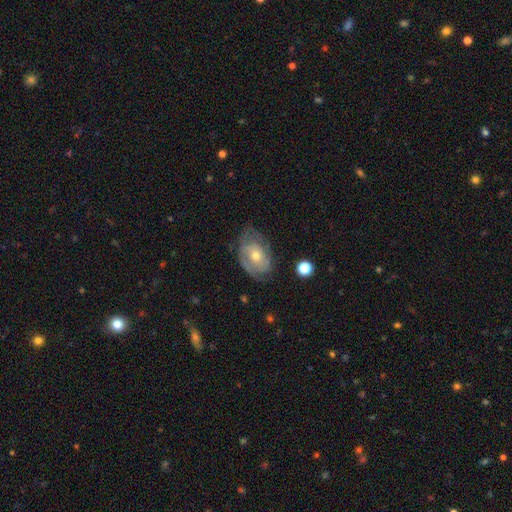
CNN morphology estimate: featured or disk 63%, smooth 29%, star or artifact 7%. Down the decision tree: edge-on disk — no (94%); bar — no (76%); spiral arms — yes (73%); bulge size — moderate (57%); merging — none (58%).